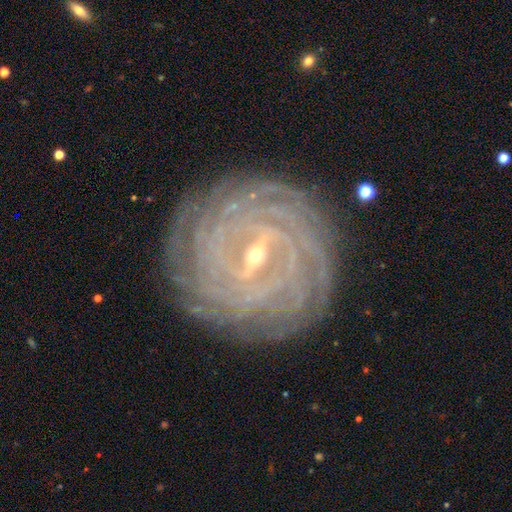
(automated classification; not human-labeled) This appears to be a featured or disk galaxy (91%) with a strong bar (50%), more than 4 (31%) tight (88%) spiral arms (97%) and a small central bulge (72%). Merging: none (84%).